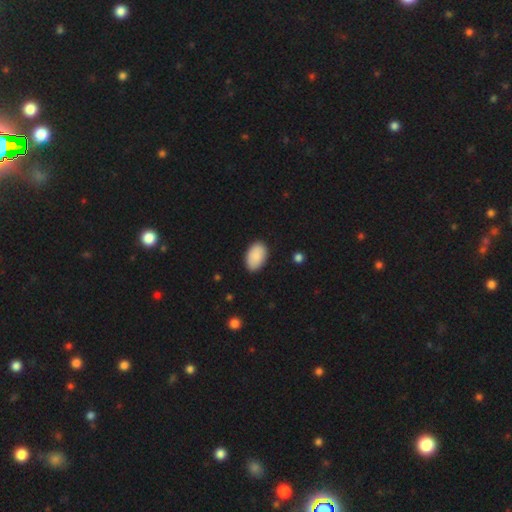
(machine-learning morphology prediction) The model was most divided on "merging": none: 88%, minor disturbance: 9%, major disturbance: 2%, merger: 1%. More confident: how rounded — in between (93%); smooth or featured — smooth (90%).